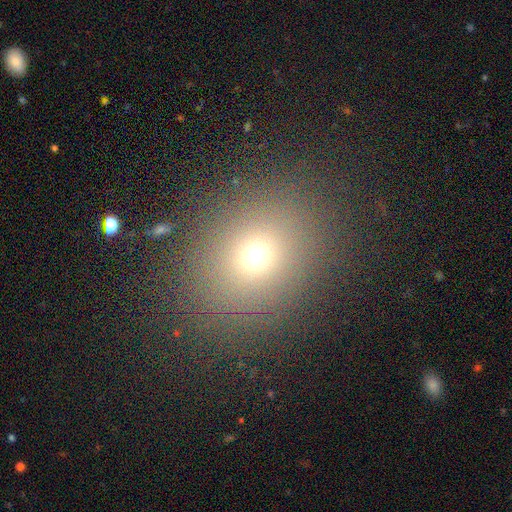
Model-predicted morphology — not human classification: type=smooth (68%); roundness=round (62%); merging=none (86%).